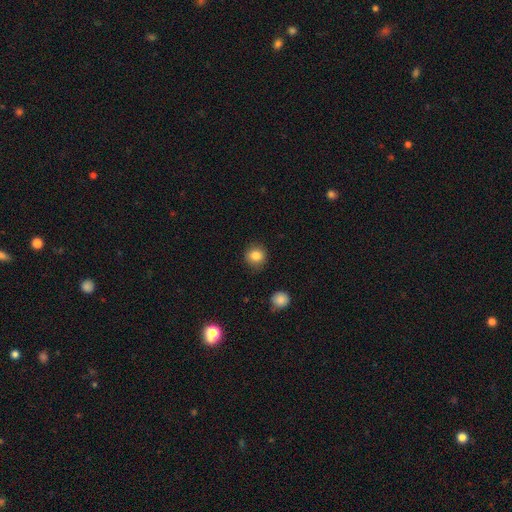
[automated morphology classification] smooth 85%, star or artifact 10%, featured or disk 5%. Down the decision tree: how rounded — round (90%); merging — none (87%).